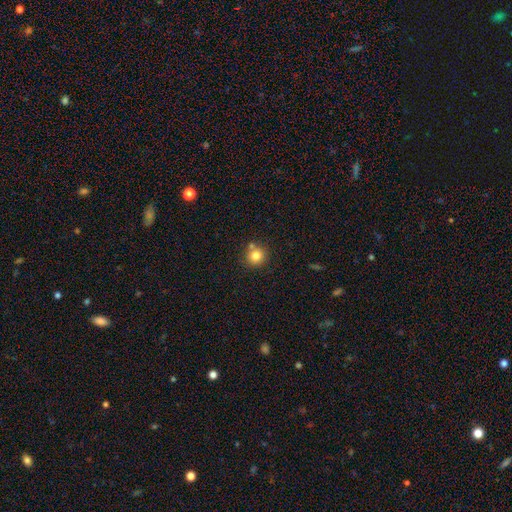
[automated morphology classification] type=smooth (80%); roundness=round (91%); merging=none (73%).